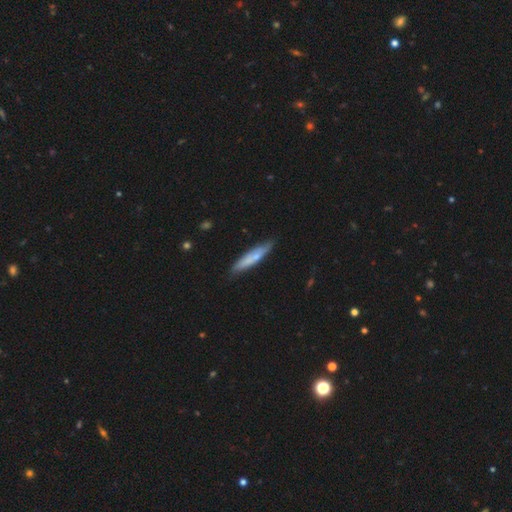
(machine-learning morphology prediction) Smooth or featured: smooth — 60% (featured or disk — 34%)
How rounded: cigar-shaped — 90% (in between — 9%)
Merging: none — 85% (minor disturbance — 12%)